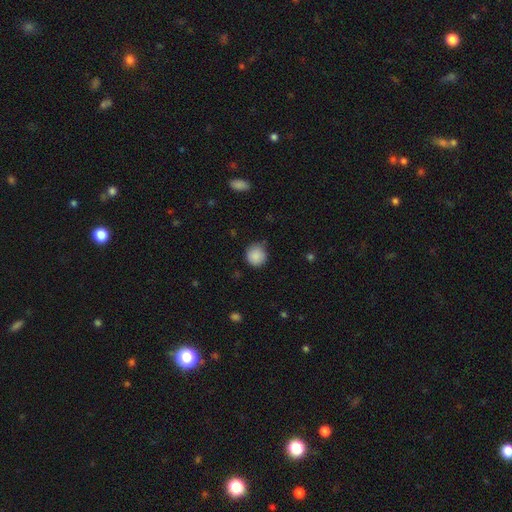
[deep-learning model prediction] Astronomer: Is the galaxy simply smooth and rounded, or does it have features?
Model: smooth — 88%.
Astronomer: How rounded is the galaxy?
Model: round — 92%.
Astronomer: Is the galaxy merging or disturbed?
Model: none — 75%.